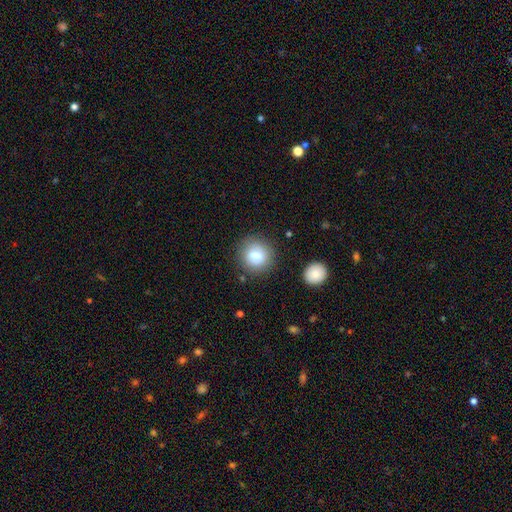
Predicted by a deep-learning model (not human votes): The model was most divided on "smooth or featured": smooth: 79%, featured or disk: 12%, star or artifact: 9%. More confident: how rounded — round (90%); merging — none (84%).